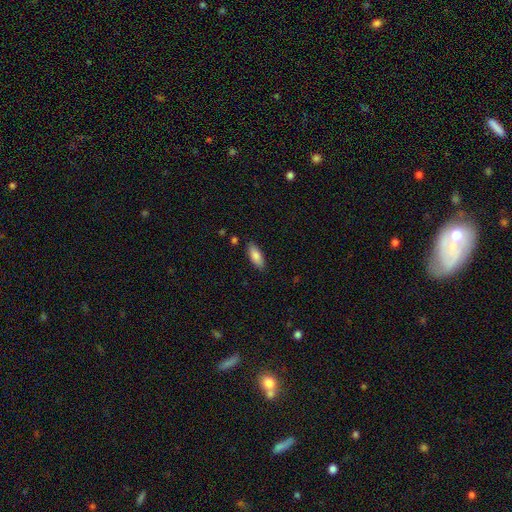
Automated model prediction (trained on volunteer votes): A smooth galaxy with no disk features (84%) that is in between round and cigar-shaped (76%). Merging: none (85%).